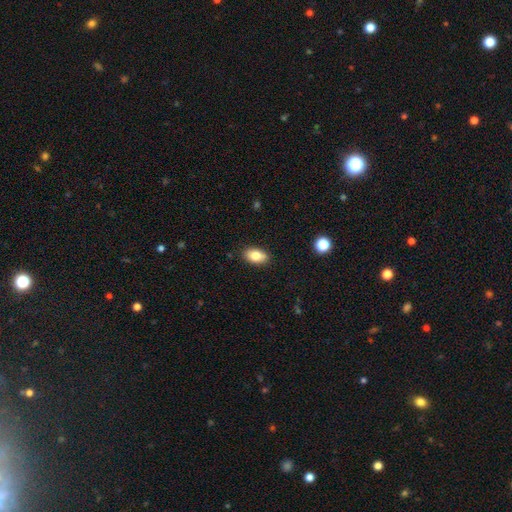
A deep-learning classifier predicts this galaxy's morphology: smooth-or-featured: smooth: 82% | featured or disk: 10% | star or artifact: 8%
  how-rounded: in between: 90% | round: 7% | cigar-shaped: 2%
  merging: none: 88% | minor disturbance: 9% | major disturbance: 2% | merger: 1%